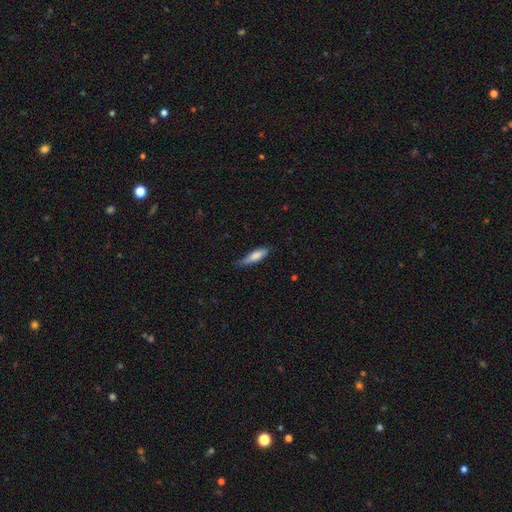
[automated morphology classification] A smooth galaxy with no disk features (76%) that is cigar-shaped (66%). Merging: none (62%).